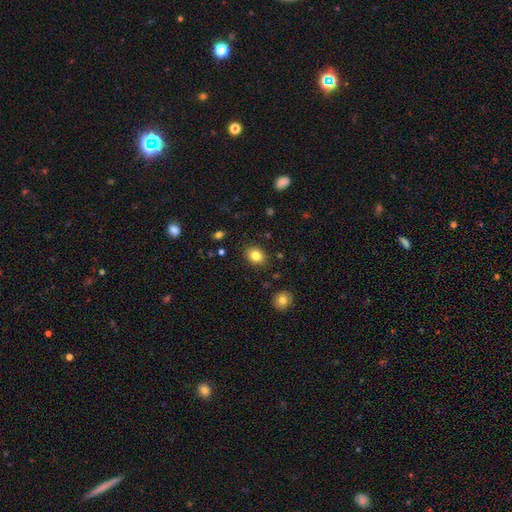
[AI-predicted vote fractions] Smooth or featured? Predicted: smooth (p=0.82). How rounded? Predicted: round (p=0.53). Merging? Predicted: none (p=0.87).